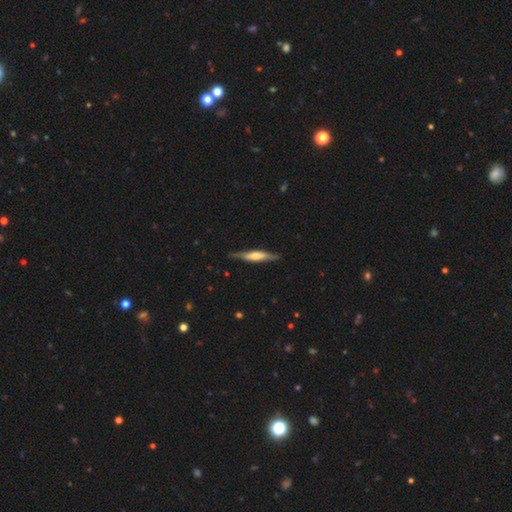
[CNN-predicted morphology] Overall: featured or disk (60%; smooth 35%). Edge-on disk: yes (94%). Edge-on bulge: rounded (76%). Merging: none (84%).